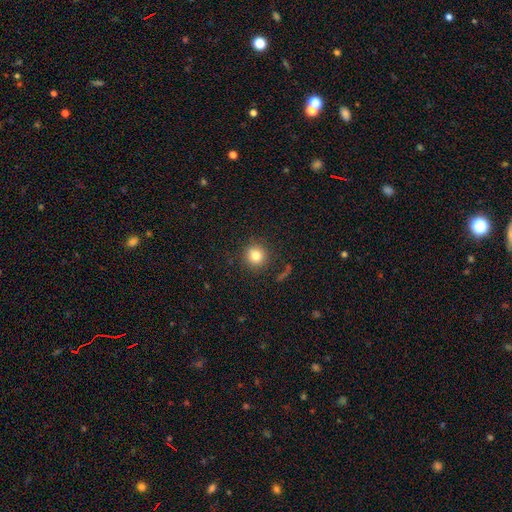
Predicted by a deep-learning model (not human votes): This appears to be a smooth galaxy with no disk features (81%) that is round (92%). Merging: none (87%).